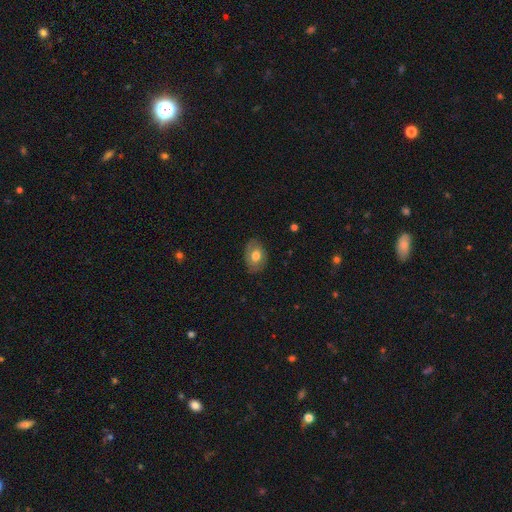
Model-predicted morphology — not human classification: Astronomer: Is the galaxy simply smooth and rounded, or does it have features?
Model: smooth — 70%.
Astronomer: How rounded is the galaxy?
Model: in between — 76%.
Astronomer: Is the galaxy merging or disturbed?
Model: none — 82%.